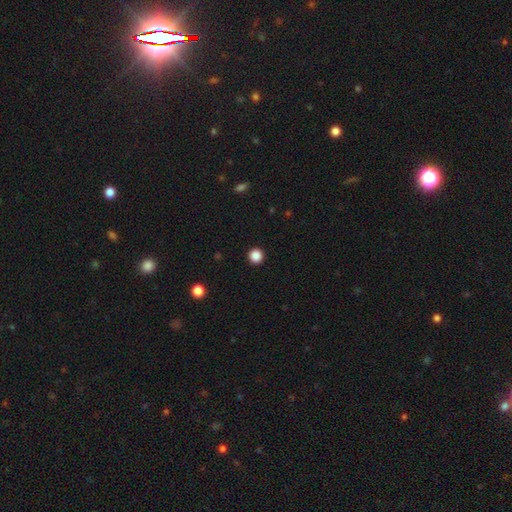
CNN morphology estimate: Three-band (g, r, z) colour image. It shows a smooth galaxy with no disk features (88%) that is round (96%). Merging: none (94%).